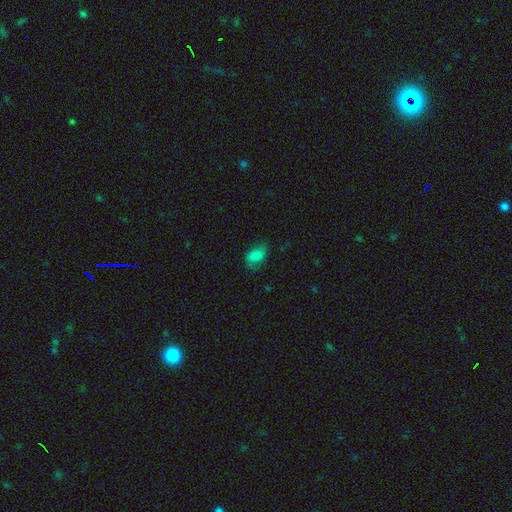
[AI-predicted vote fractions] smooth_or_featured: smooth (p=0.80) [alt: star or artifact p=0.11]
how_rounded: in between (p=0.87) [alt: round p=0.11]
merging: none (p=0.66) [alt: minor disturbance p=0.25]